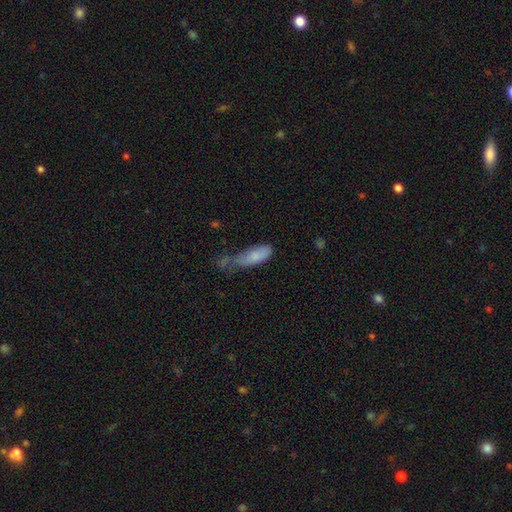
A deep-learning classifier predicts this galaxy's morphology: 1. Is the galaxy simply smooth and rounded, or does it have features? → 78% smooth, 14% featured or disk, 8% star or artifact.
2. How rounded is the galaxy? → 68% in between, 29% cigar-shaped, 3% round.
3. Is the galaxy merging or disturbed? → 33% major disturbance, 32% minor disturbance, 22% none, 13% merger.